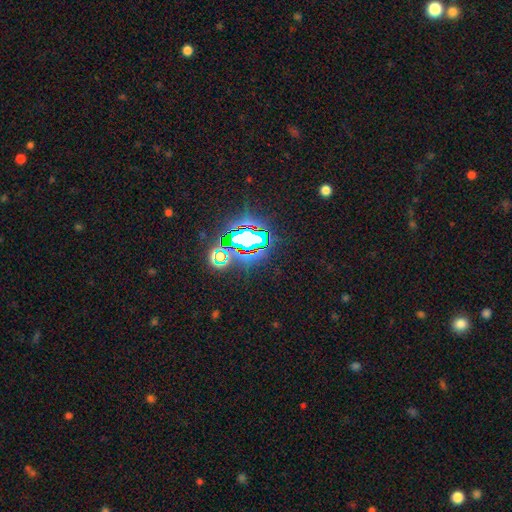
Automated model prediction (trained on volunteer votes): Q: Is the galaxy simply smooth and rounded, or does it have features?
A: star or artifact — 83%.